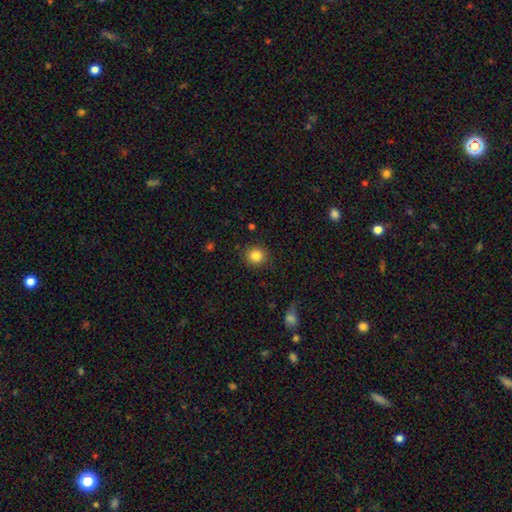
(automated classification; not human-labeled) This appears to be a smooth galaxy with no disk features (85%) that is round (88%). Merging: none (89%).